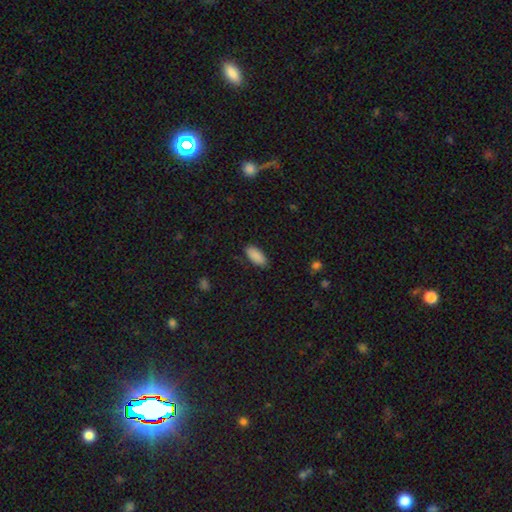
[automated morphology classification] smooth_or_featured: smooth (p=0.89) [alt: star or artifact p=0.07]
how_rounded: in between (p=0.89) [alt: cigar-shaped p=0.09]
merging: none (p=0.86) [alt: minor disturbance p=0.10]